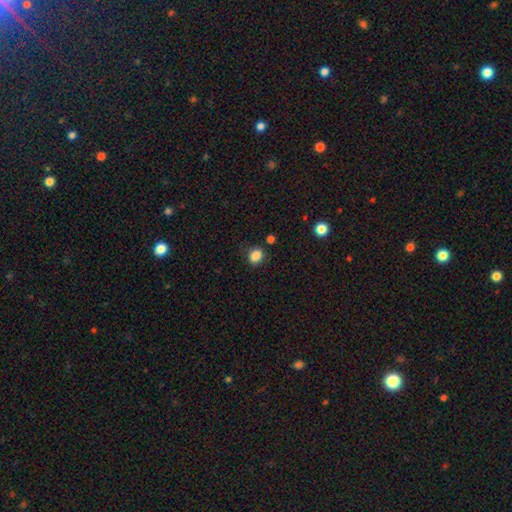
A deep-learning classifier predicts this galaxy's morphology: A smooth galaxy with no disk features (85%) that is round (51%).

Vote fractions:
- Smooth or featured? smooth: 85% / star or artifact: 10% / featured or disk: 4%
- How rounded? round: 51% / in between: 48% / cigar-shaped: 1%
- Merging? none: 80% / minor disturbance: 13% / merger: 4% / major disturbance: 4%